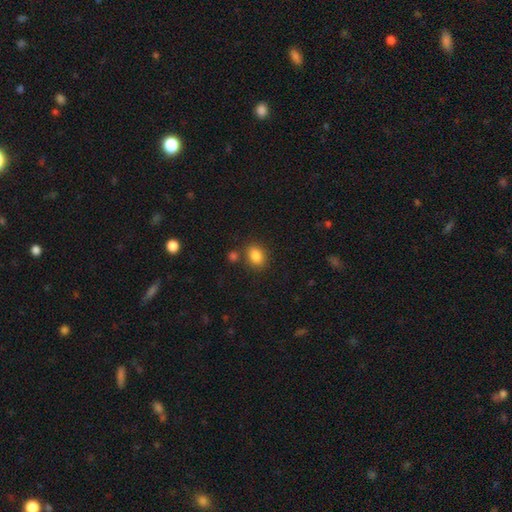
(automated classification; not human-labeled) smooth 85%, star or artifact 10%, featured or disk 5%. Down the decision tree: how rounded — in between (70%); merging — none (77%).